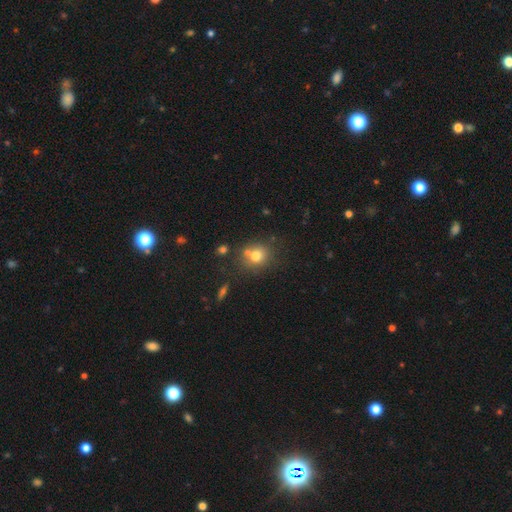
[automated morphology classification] Overall: smooth (74%). How rounded: round (78%). Merging: none (62%; merger 22%).